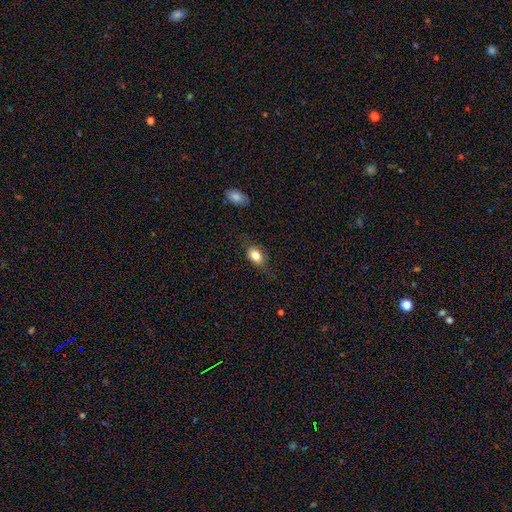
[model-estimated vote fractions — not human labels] Morphology: type=smooth (78%); roundness=in between (78%); merging=none (69%).